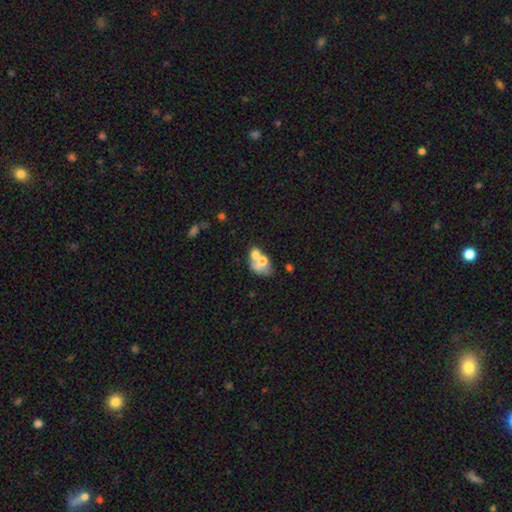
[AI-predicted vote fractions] Overall: smooth (58%; featured or disk 31%). How rounded: in between (62%; round 37%). Merging: merger (61%; none 22%).